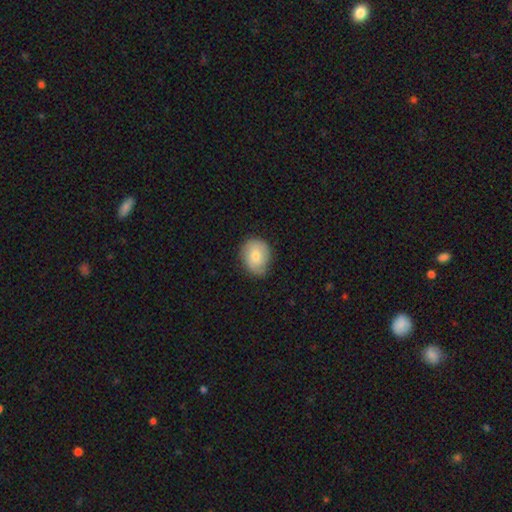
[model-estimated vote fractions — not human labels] A smooth galaxy with no disk features (64%) that is round (56%). Merging: none (69%).